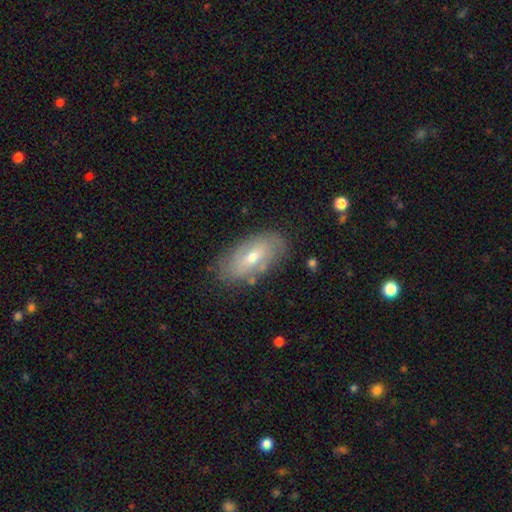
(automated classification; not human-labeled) smooth_or_featured: featured or disk (p=0.52) [alt: smooth p=0.38]
disk_edge_on: no (p=0.81) [alt: yes p=0.19]
merging: none (p=0.81) [alt: minor disturbance p=0.14]